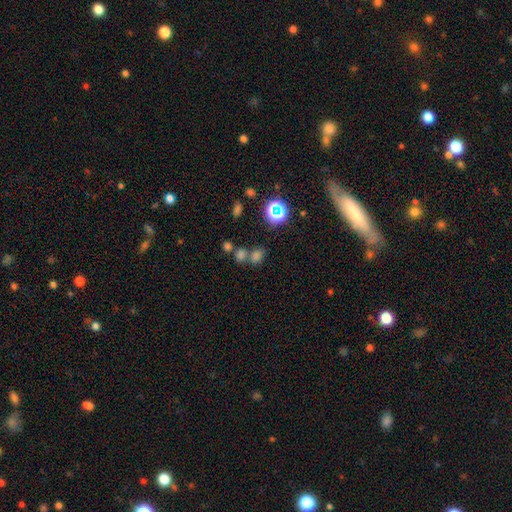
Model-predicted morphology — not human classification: Smooth or featured?
  - smooth: 61% *
  - star or artifact: 30%
  - featured or disk: 9%
How rounded?
  - in between: 53% *
  - round: 45%
  - cigar-shaped: 2%
Merging?
  - none: 47% *
  - merger: 38%
  - minor disturbance: 10%
  - major disturbance: 5%